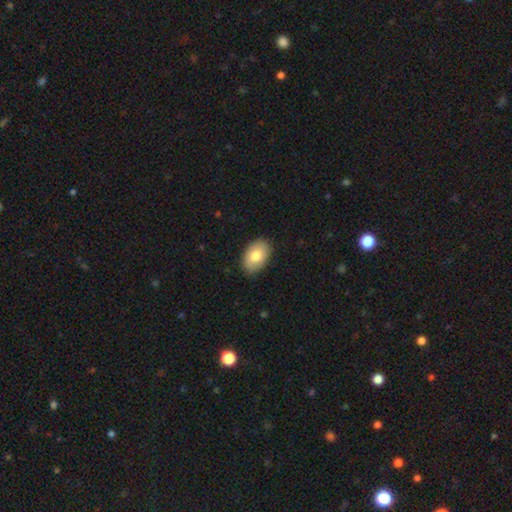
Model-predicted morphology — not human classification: Smooth or featured: smooth — 79% (featured or disk — 15%)
How rounded: in between — 90% (round — 9%)
Merging: none — 85% (minor disturbance — 12%)